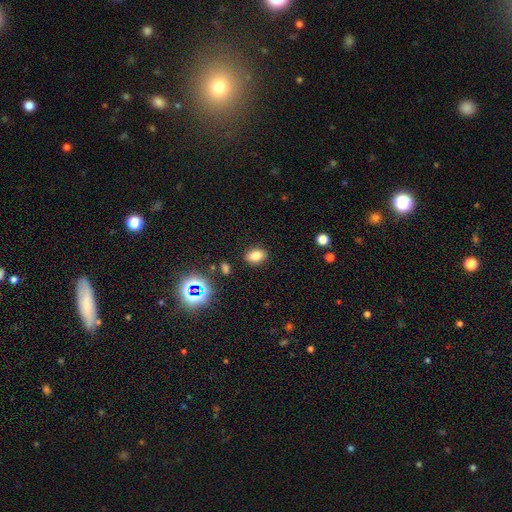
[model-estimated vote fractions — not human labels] Smooth or featured?
  - smooth: 77% *
  - star or artifact: 15%
  - featured or disk: 8%
How rounded?
  - in between: 78% *
  - round: 21%
  - cigar-shaped: 2%
Merging?
  - none: 87% *
  - minor disturbance: 8%
  - major disturbance: 3%
  - merger: 2%